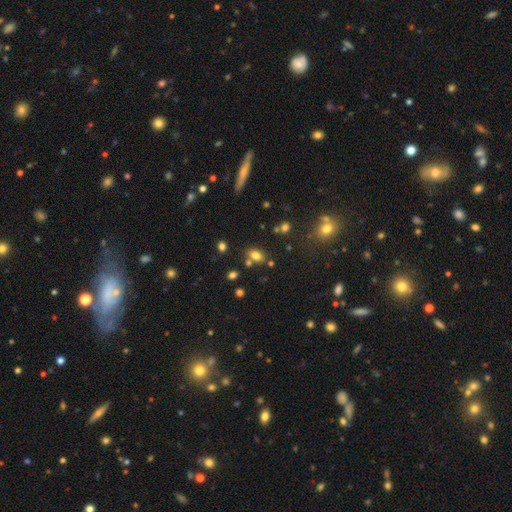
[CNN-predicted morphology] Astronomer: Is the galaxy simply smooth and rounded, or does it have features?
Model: smooth — 74%.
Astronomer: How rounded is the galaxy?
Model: in between — 84%.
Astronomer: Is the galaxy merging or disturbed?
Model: none — 67%.